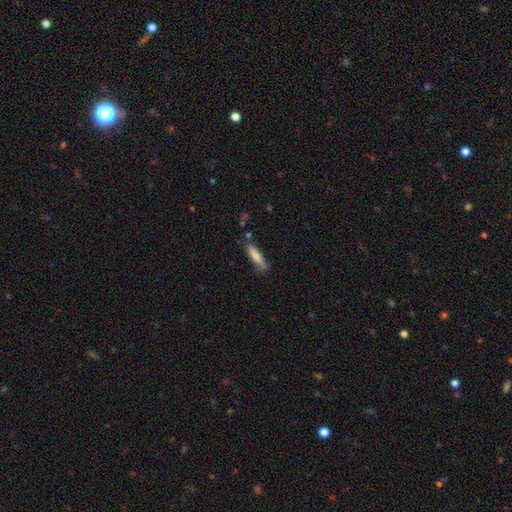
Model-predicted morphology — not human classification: smooth-or-featured: smooth: 77% | featured or disk: 16% | star or artifact: 6%
  how-rounded: cigar-shaped: 81% | in between: 17% | round: 1%
  merging: none: 72% | minor disturbance: 20% | major disturbance: 4% | merger: 4%